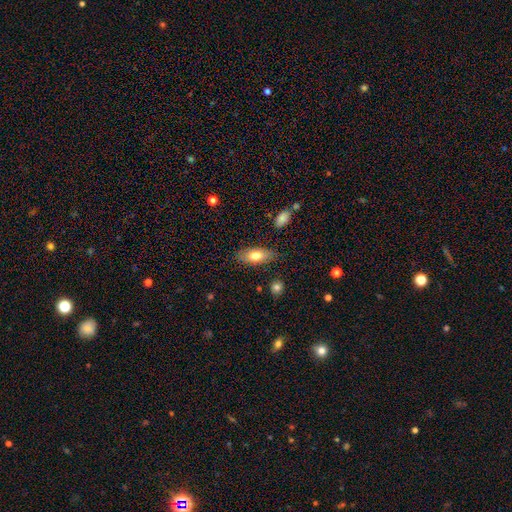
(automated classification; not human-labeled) smooth_or_featured: smooth (p=0.75) [alt: featured or disk p=0.18]
how_rounded: in between (p=0.82) [alt: cigar-shaped p=0.15]
merging: none (p=0.82) [alt: minor disturbance p=0.13]